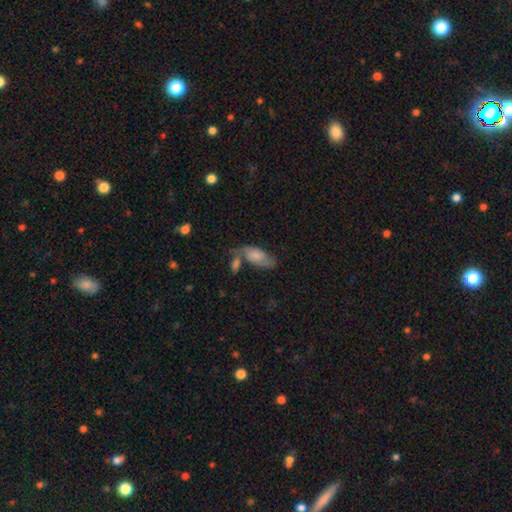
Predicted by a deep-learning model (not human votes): Smooth or featured: smooth — 49% (featured or disk — 44%)
Merging: none — 39% (merger — 33%)